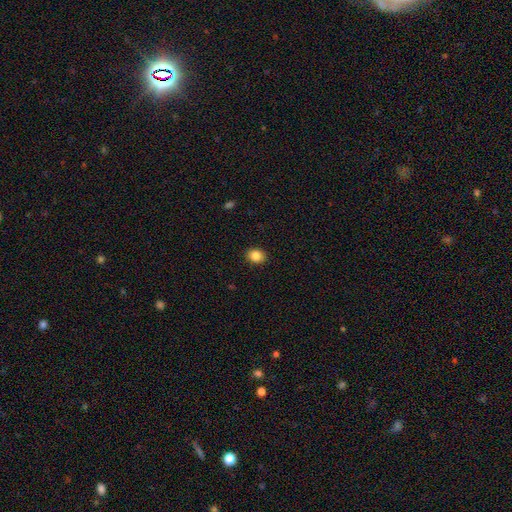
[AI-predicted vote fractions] Morphology: type=smooth (85%); roundness=round (52%); merging=none (90%).